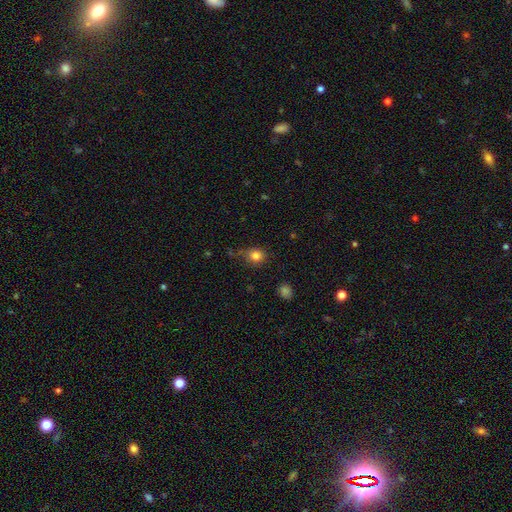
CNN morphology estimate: smooth 82%, star or artifact 12%, featured or disk 6%. Down the decision tree: how rounded — round (75%); merging — none (67%).